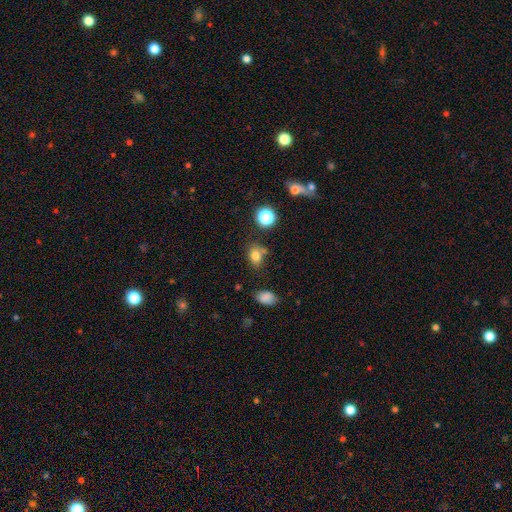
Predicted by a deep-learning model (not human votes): smooth-or-featured: smooth: 77% | star or artifact: 14% | featured or disk: 8%
  how-rounded: in between: 65% | round: 34% | cigar-shaped: 1%
  merging: none: 62% | minor disturbance: 19% | merger: 12% | major disturbance: 6%